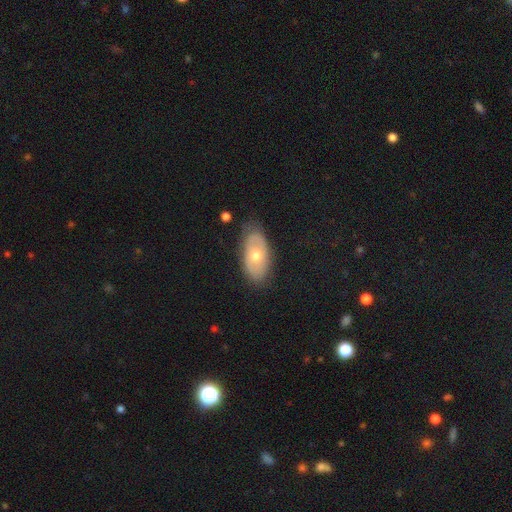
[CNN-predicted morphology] This appears to be a featured or disk galaxy (49%). Merging: none (76%).